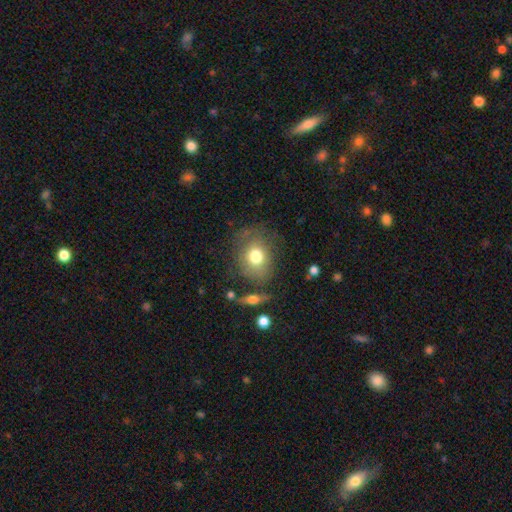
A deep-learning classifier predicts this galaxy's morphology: Q: Smooth or featured?
A: smooth (73%); runner-up: featured or disk (17%)
Q: How rounded?
A: round (59%); runner-up: in between (40%)
Q: Merging?
A: none (67%); runner-up: minor disturbance (19%)